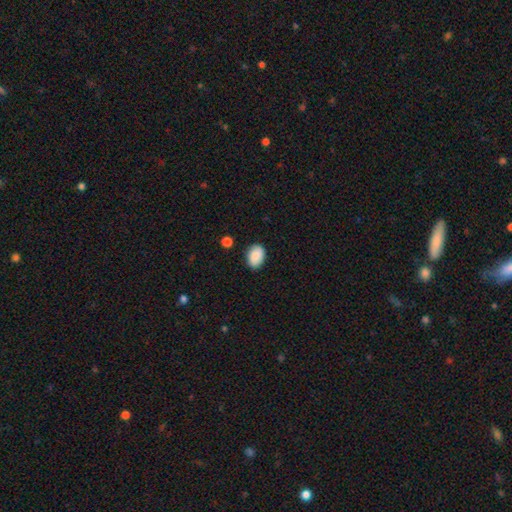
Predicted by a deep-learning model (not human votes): A smooth galaxy with no disk features (87%) that is in between round and cigar-shaped (80%).

Vote fractions:
- Smooth or featured? smooth: 87% / star or artifact: 7% / featured or disk: 6%
- How rounded? in between: 80% / round: 19% / cigar-shaped: 1%
- Merging? none: 83% / minor disturbance: 13% / major disturbance: 3% / merger: 2%